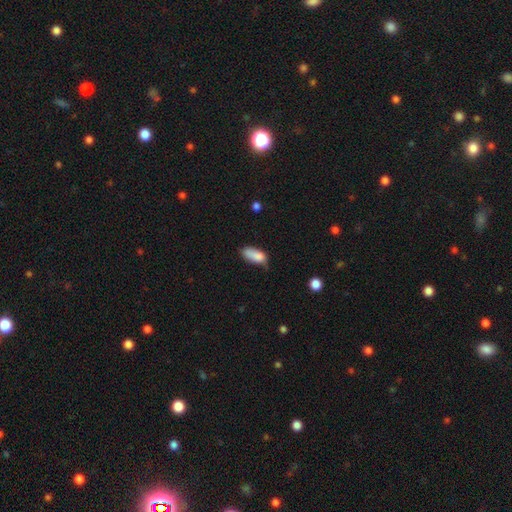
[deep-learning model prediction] This appears to be a smooth galaxy with no disk features (83%) that is in between round and cigar-shaped (82%). Merging: none (41%).